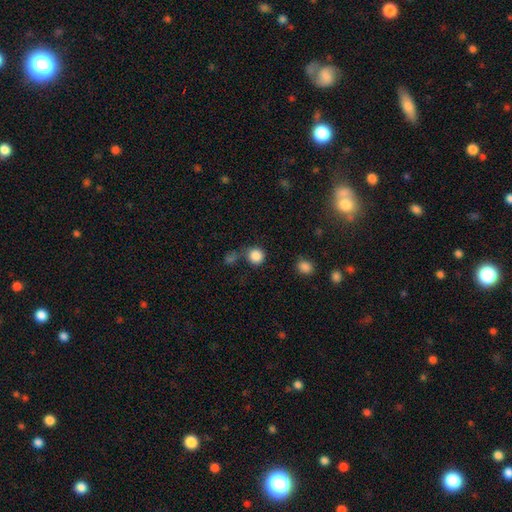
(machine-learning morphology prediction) Smooth or featured? smooth (86%)
How rounded? round (92%)
Merging? none (71%)